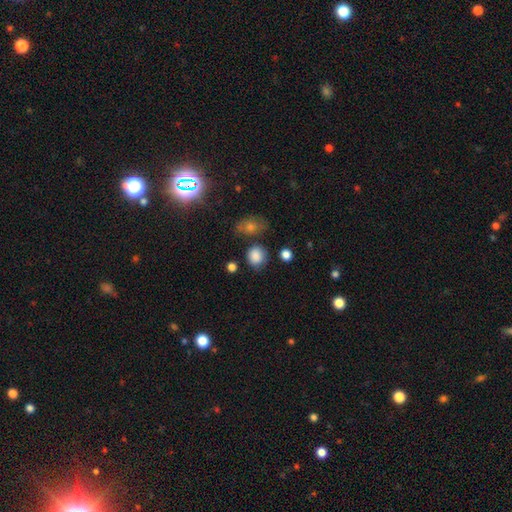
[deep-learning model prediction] Q: Smooth or featured?
A: smooth (85%); runner-up: star or artifact (10%)
Q: How rounded?
A: round (81%); runner-up: in between (18%)
Q: Merging?
A: none (73%); runner-up: minor disturbance (16%)